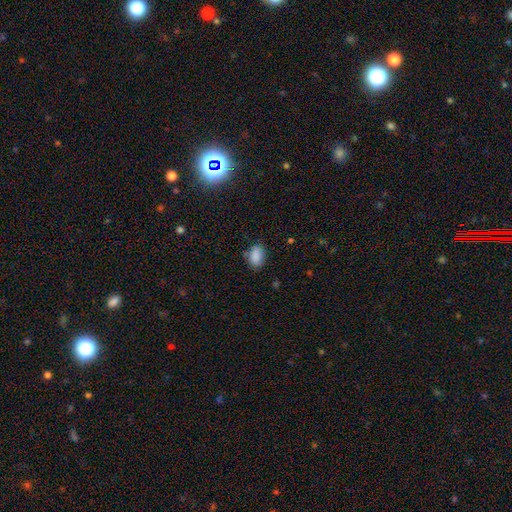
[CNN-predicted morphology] Smooth or featured? smooth (88%)
How rounded? in between (87%)
Merging? none (76%)